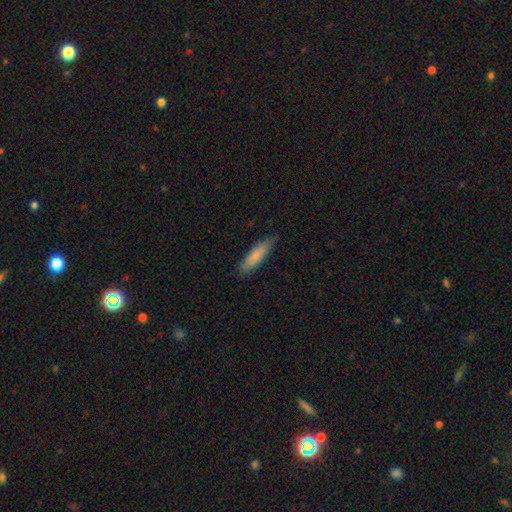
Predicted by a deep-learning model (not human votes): The model was most divided on "how rounded": cigar-shaped: 71%, in between: 27%, round: 1%. More confident: merging — none (81%); smooth or featured — smooth (80%).